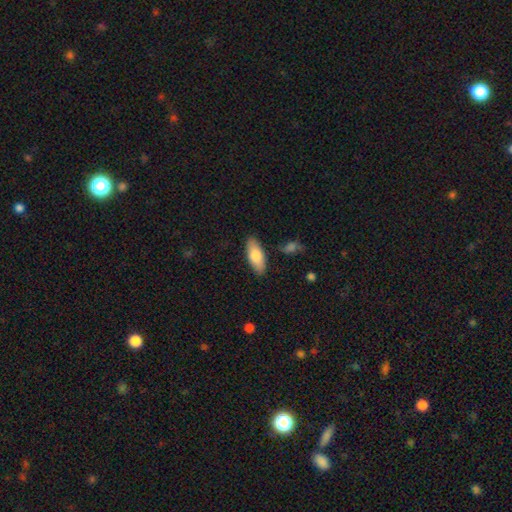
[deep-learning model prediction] Smooth or featured? Predicted: smooth (p=0.77). How rounded? Predicted: in between (p=0.81). Merging? Predicted: none (p=0.85).